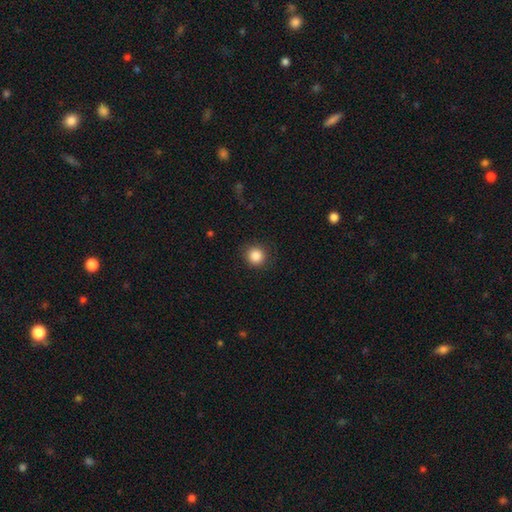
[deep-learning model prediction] Q: Smooth or featured?
A: smooth (86%); runner-up: star or artifact (10%)
Q: How rounded?
A: round (93%); runner-up: in between (7%)
Q: Merging?
A: none (88%); runner-up: minor disturbance (8%)